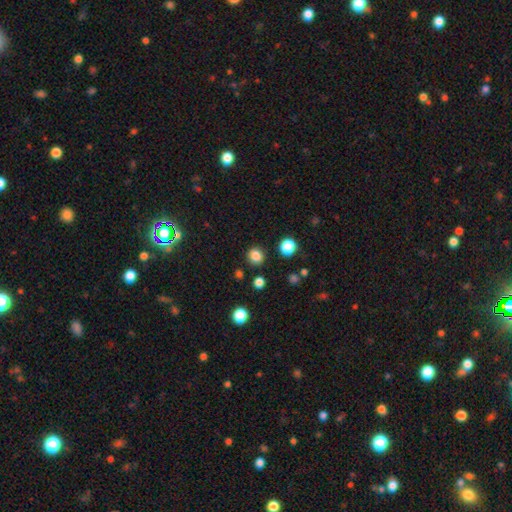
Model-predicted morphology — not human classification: smooth 83%, star or artifact 13%, featured or disk 4%. Down the decision tree: how rounded — round (89%); merging — none (89%).